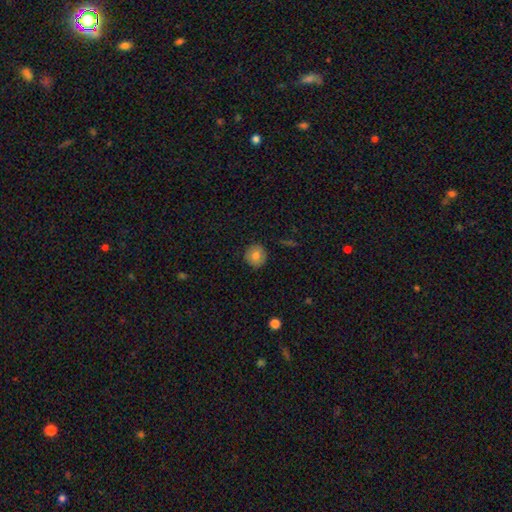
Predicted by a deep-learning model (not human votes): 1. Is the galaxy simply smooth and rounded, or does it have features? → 76% smooth, 15% featured or disk, 8% star or artifact.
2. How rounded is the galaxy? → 93% round, 6% in between, 1% cigar-shaped.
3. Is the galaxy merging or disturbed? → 89% none, 8% minor disturbance, 2% major disturbance, 1% merger.